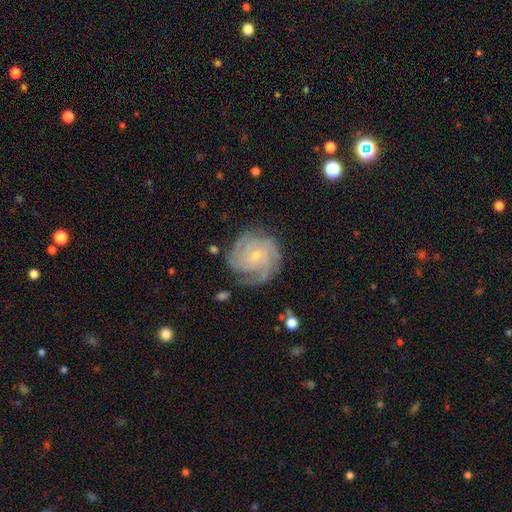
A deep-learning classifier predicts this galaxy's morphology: type=featured or disk (87%); edge-on=no (98%); bar=no (64%); spiral arms=yes (98%); winding=tight (73%); arm count=4 (37%); bulge=small (76%); merging=none (78%).